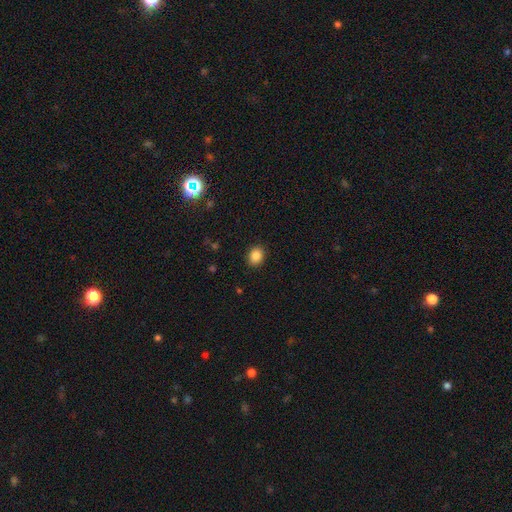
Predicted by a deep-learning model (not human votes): This appears to be a smooth galaxy with no disk features (87%) that is round (50%). Merging: none (89%).